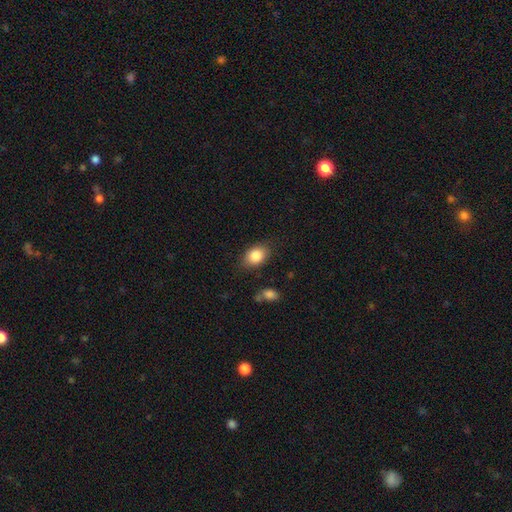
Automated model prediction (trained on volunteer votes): Morphology: type=smooth (85%); roundness=in between (79%); merging=none (81%).